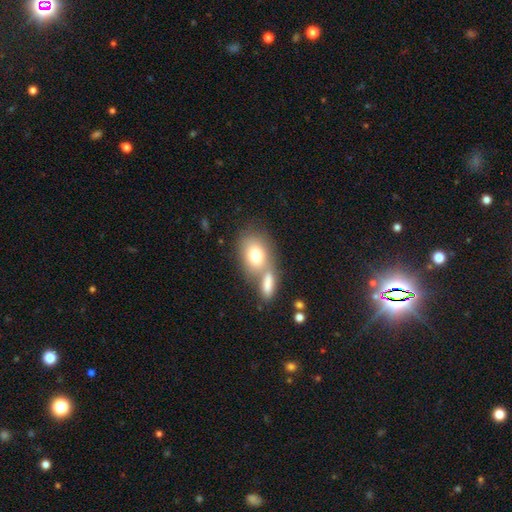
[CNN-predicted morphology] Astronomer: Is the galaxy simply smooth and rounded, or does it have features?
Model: smooth — 76%.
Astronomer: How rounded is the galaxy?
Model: in between — 73%.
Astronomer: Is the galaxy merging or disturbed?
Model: merger — 44% (runner-up: none, 41%).